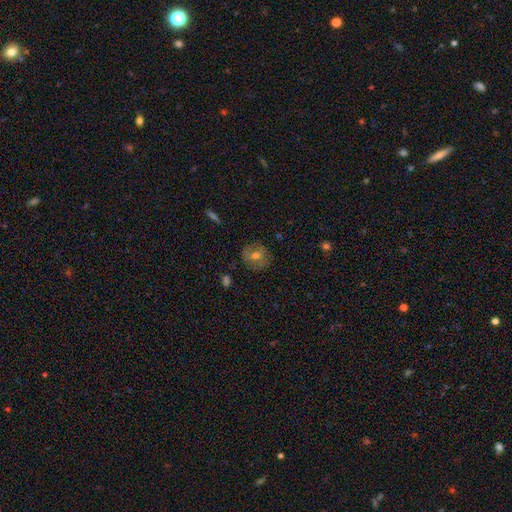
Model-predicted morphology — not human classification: This is possibly a smooth galaxy (48%). Merging: clearly none (81%).